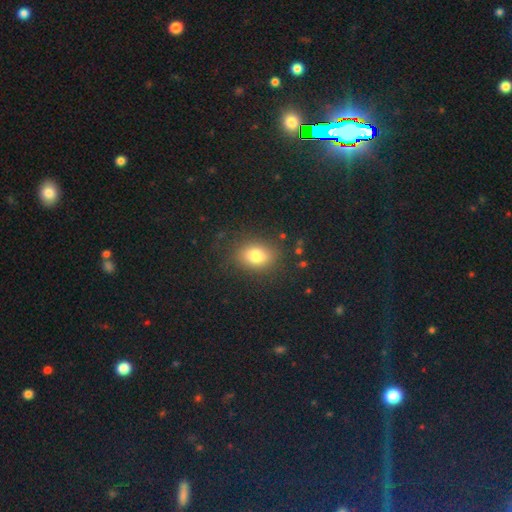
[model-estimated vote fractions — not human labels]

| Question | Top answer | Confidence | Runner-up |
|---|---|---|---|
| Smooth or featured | smooth | 79% | star or artifact (11%) |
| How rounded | in between | 62% | round (36%) |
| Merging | none | 82% | minor disturbance (12%) |